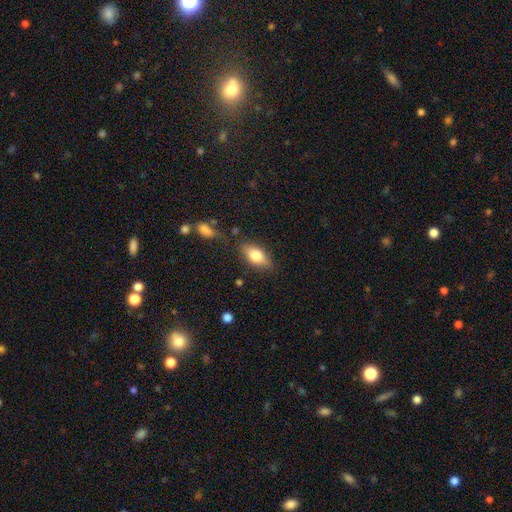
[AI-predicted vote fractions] Q: Smooth or featured?
A: smooth (73%); runner-up: featured or disk (20%)
Q: How rounded?
A: in between (84%); runner-up: cigar-shaped (11%)
Q: Merging?
A: none (77%); runner-up: minor disturbance (15%)